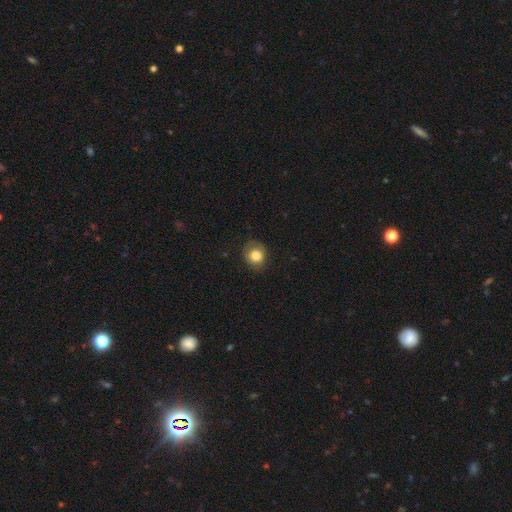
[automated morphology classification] Smooth or featured: smooth — 80% (featured or disk — 11%)
How rounded: round — 79% (in between — 20%)
Merging: none — 74% (minor disturbance — 19%)